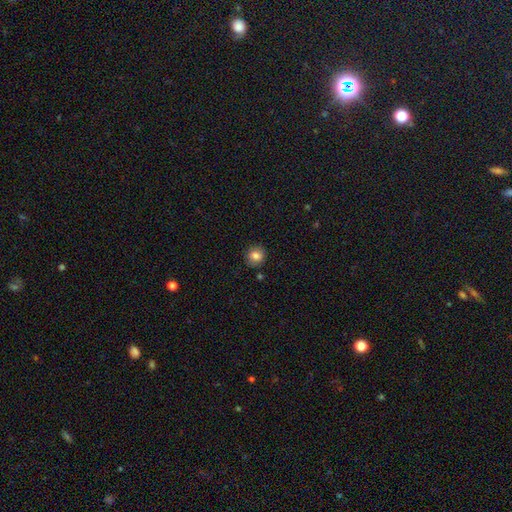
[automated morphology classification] The model was most divided on "smooth or featured": smooth: 82%, star or artifact: 10%, featured or disk: 7%. More confident: merging — none (87%); how rounded — round (86%).